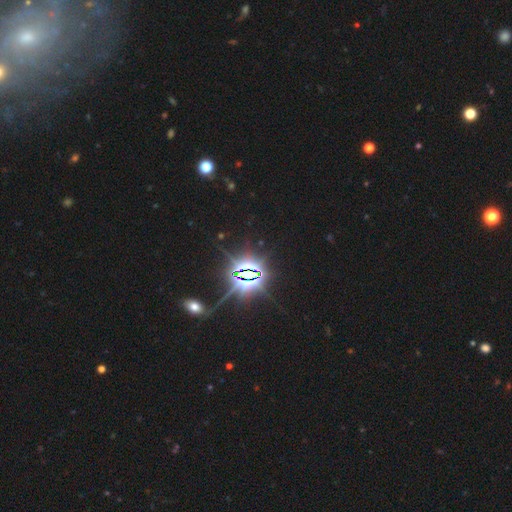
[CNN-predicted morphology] type=star or artifact (80%).